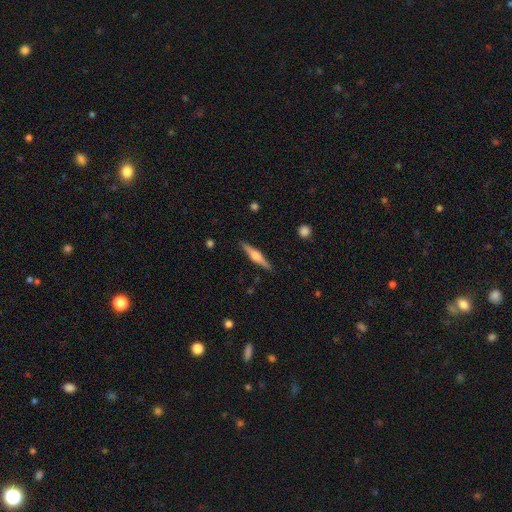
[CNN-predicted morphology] smooth_or_featured: featured or disk (p=0.63) [alt: smooth p=0.32]
disk_edge_on: yes (p=0.98) [alt: no p=0.02]
edge_on_bulge: rounded (p=0.82) [alt: boxy p=0.14]
merging: none (p=0.90) [alt: minor disturbance p=0.07]